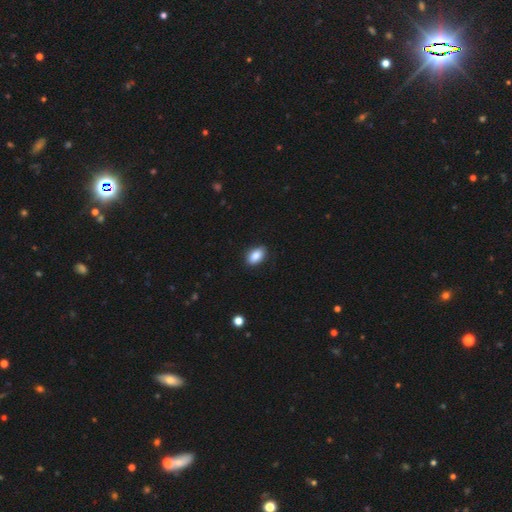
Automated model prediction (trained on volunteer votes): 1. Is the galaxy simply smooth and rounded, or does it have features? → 87% smooth, 7% star or artifact, 6% featured or disk.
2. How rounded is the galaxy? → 90% in between, 8% round, 2% cigar-shaped.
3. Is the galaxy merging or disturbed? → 88% none, 9% minor disturbance, 2% major disturbance, 1% merger.